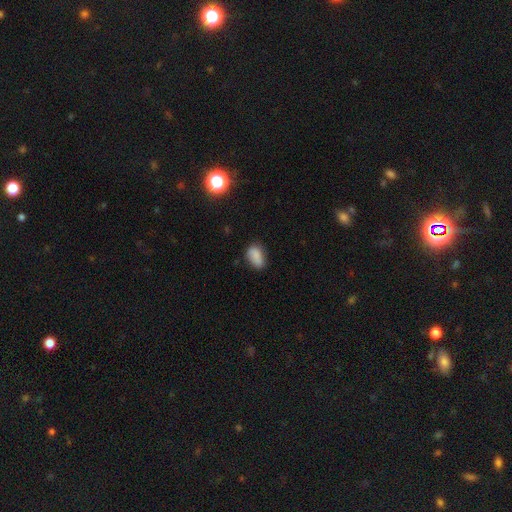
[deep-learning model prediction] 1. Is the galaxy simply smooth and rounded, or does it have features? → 84% smooth, 9% star or artifact, 7% featured or disk.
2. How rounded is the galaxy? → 88% in between, 9% round, 3% cigar-shaped.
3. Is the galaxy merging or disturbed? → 68% none, 25% minor disturbance, 5% major disturbance, 2% merger.